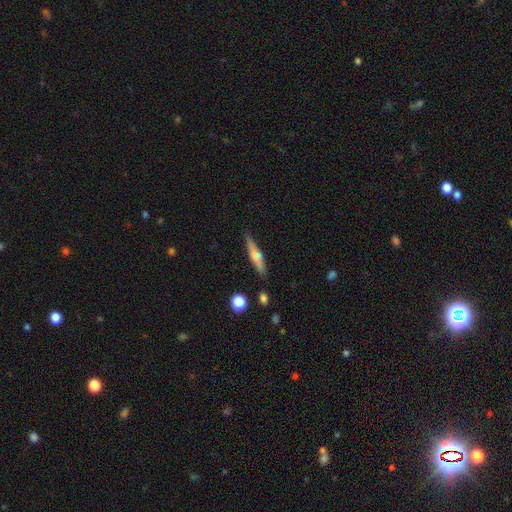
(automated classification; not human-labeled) Smooth or featured: featured or disk — 47% (smooth — 45%)
Merging: none — 81% (minor disturbance — 13%)